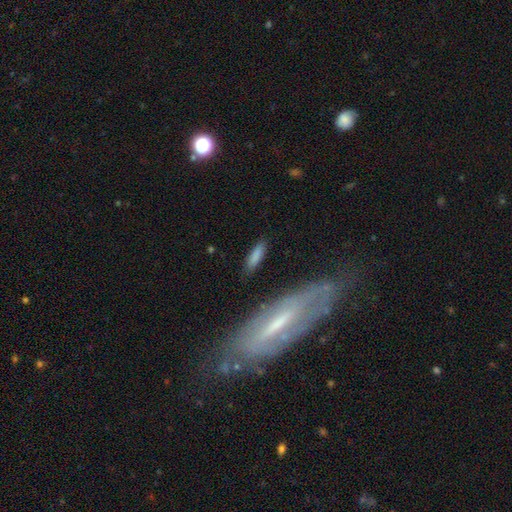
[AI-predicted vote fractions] Smooth or featured? smooth (83%)
How rounded? cigar-shaped (64%)
Merging? none (83%)